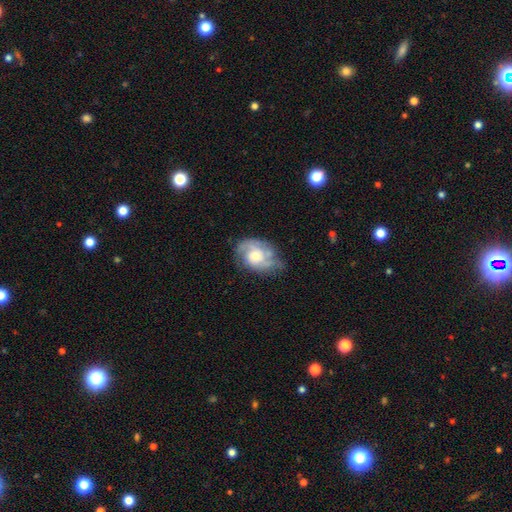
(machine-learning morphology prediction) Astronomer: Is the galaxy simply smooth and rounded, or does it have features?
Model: featured or disk — 69%.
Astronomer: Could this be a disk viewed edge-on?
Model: no — 97%.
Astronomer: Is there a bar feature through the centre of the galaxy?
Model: no — 74%.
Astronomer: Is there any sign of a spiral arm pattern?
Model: yes — 86%.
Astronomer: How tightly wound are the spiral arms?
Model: tight — 42% (runner-up: medium, 41%).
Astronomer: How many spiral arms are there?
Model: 2 — 44% (runner-up: can't tell, 27%).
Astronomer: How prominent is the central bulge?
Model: moderate — 54%.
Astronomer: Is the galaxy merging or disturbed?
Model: none — 56%.